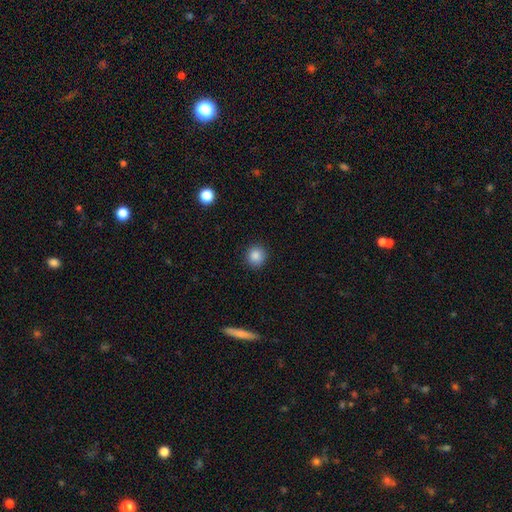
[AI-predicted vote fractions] Smooth or featured? smooth (86%)
How rounded? round (93%)
Merging? none (92%)